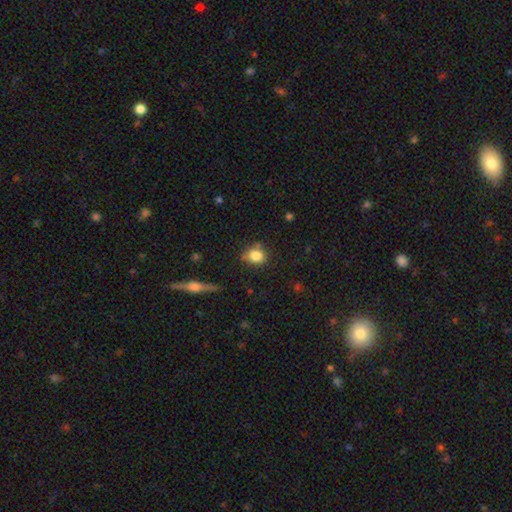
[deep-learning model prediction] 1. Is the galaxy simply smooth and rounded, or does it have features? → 83% smooth, 10% star or artifact, 7% featured or disk.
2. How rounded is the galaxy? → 60% round, 39% in between, 2% cigar-shaped.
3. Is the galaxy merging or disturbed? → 72% none, 18% minor disturbance, 6% merger, 4% major disturbance.